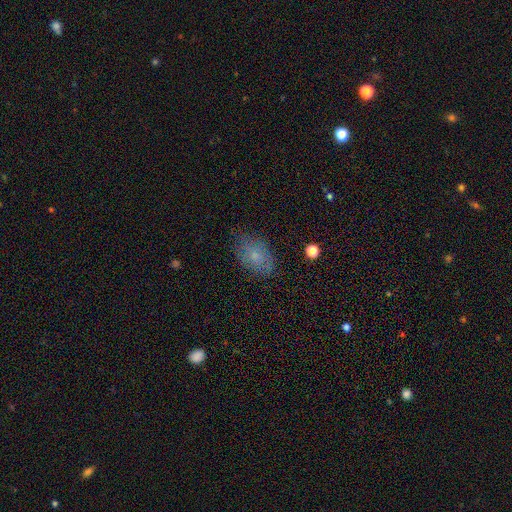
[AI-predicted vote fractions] smooth-or-featured: smooth: 72% | featured or disk: 19% | star or artifact: 9%
  how-rounded: in between: 85% | round: 14% | cigar-shaped: 2%
  merging: none: 77% | minor disturbance: 17% | major disturbance: 5% | merger: 1%